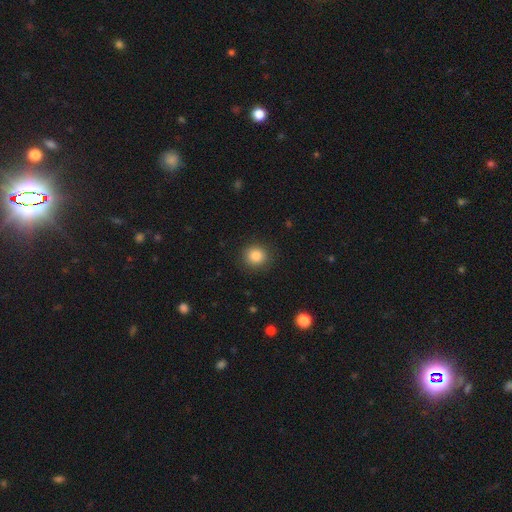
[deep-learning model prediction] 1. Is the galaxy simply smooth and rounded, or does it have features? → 85% smooth, 10% star or artifact, 5% featured or disk.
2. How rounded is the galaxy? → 91% round, 8% in between, 1% cigar-shaped.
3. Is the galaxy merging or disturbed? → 90% none, 7% minor disturbance, 2% major disturbance, 1% merger.